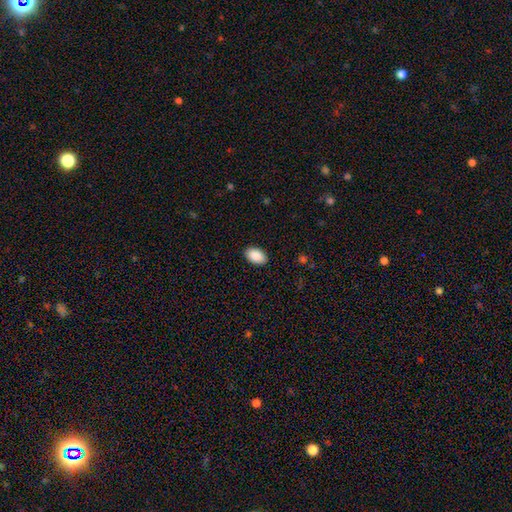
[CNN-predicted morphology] Smooth or featured? smooth (90%)
How rounded? in between (92%)
Merging? none (89%)